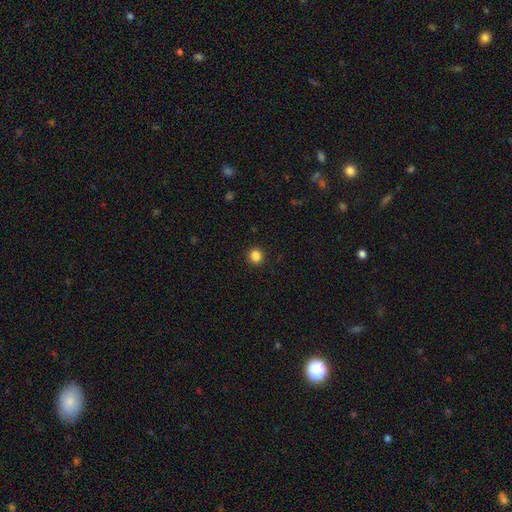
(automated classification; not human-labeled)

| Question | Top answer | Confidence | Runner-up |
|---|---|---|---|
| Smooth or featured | smooth | 86% | star or artifact (11%) |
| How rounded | round | 84% | in between (15%) |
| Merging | none | 92% | minor disturbance (5%) |